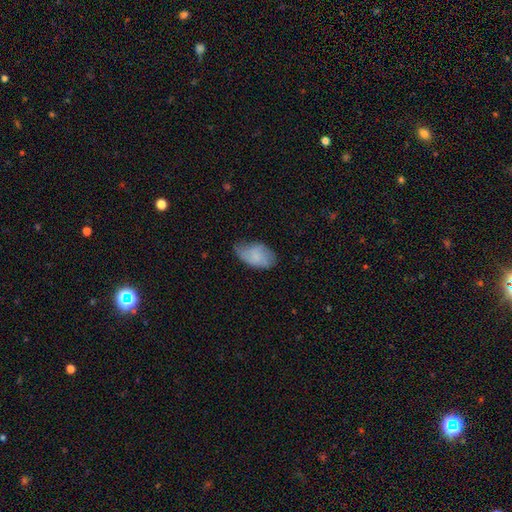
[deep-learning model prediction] smooth 73%, featured or disk 20%, star or artifact 7%. Down the decision tree: how rounded — in between (93%); merging — none (52%).